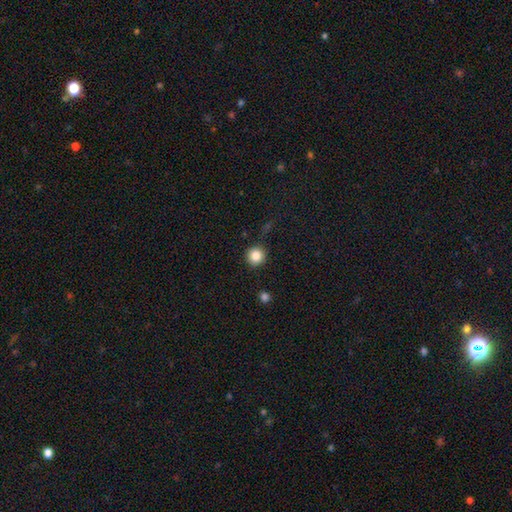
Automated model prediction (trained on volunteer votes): Smooth or featured: smooth — 85% (star or artifact — 10%)
How rounded: round — 94% (in between — 5%)
Merging: none — 87% (minor disturbance — 8%)